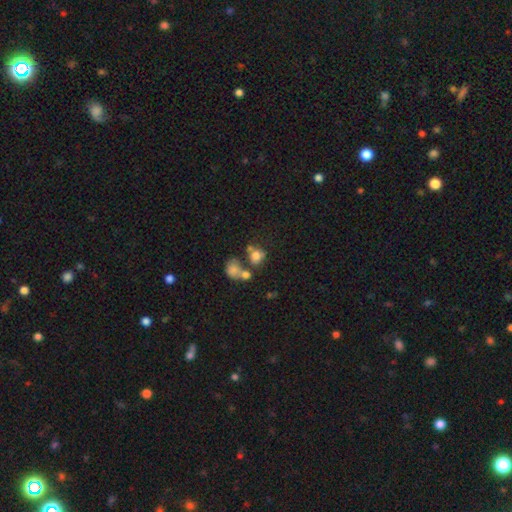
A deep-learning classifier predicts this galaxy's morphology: Smooth or featured?
  - smooth: 73% *
  - featured or disk: 14%
  - star or artifact: 13%
How rounded?
  - round: 65% *
  - in between: 34%
  - cigar-shaped: 1%
Merging?
  - merger: 42% *
  - none: 38%
  - minor disturbance: 12%
  - major disturbance: 8%